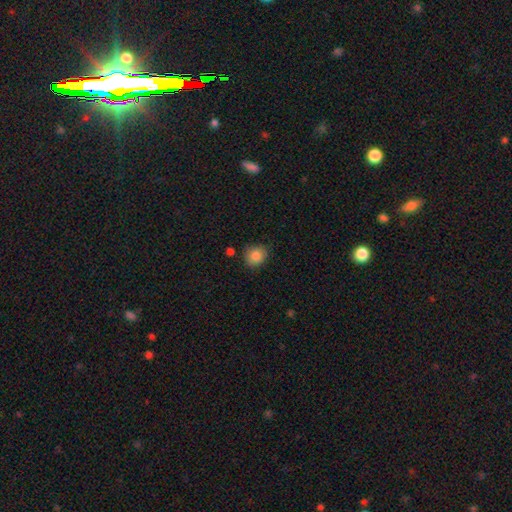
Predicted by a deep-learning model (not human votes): Overall: smooth (86%). How rounded: round (75%). Merging: none (80%).